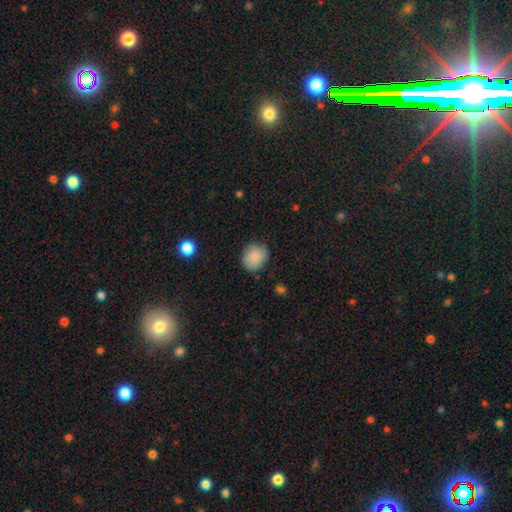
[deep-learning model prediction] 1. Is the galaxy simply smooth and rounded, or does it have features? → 83% smooth, 10% featured or disk, 7% star or artifact.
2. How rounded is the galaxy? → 77% round, 22% in between, 1% cigar-shaped.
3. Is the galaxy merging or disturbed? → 74% none, 20% minor disturbance, 4% major disturbance, 1% merger.